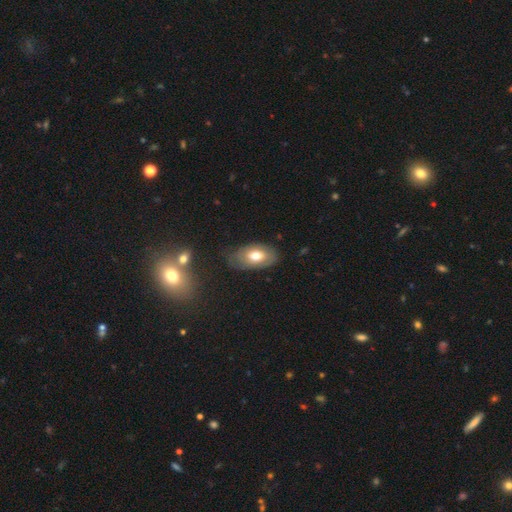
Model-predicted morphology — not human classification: Smooth or featured? Predicted: smooth (p=0.60). How rounded? Predicted: in between (p=0.92). Merging? Predicted: none (p=0.68).